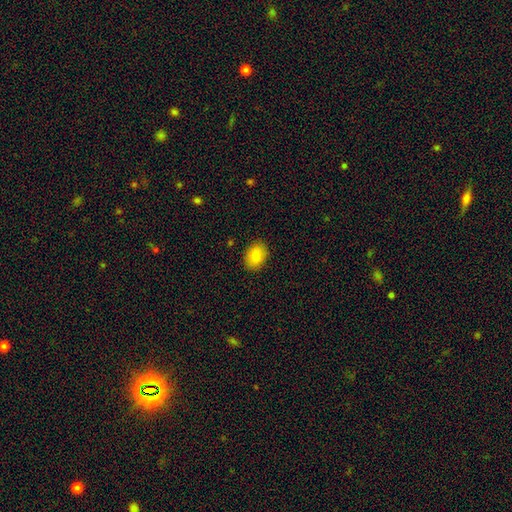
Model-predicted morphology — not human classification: The model was most divided on "how rounded": in between: 74%, round: 25%, cigar-shaped: 1%. More confident: merging — none (89%); smooth or featured — smooth (84%).